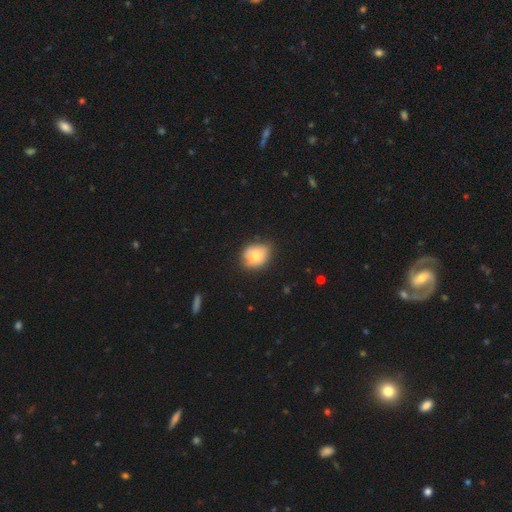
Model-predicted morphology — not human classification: smooth_or_featured: smooth (p=0.72) [alt: featured or disk p=0.19]
how_rounded: round (p=0.59) [alt: in between p=0.40]
merging: none (p=0.69) [alt: minor disturbance p=0.24]